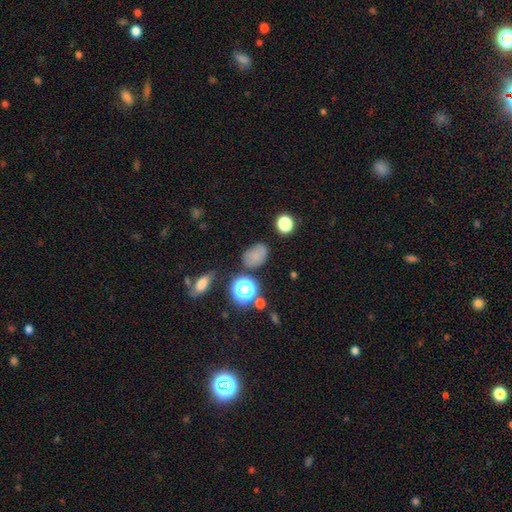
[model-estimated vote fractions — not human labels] smooth 71%, star or artifact 19%, featured or disk 10%. Down the decision tree: how rounded — in between (72%); merging — none (69%).